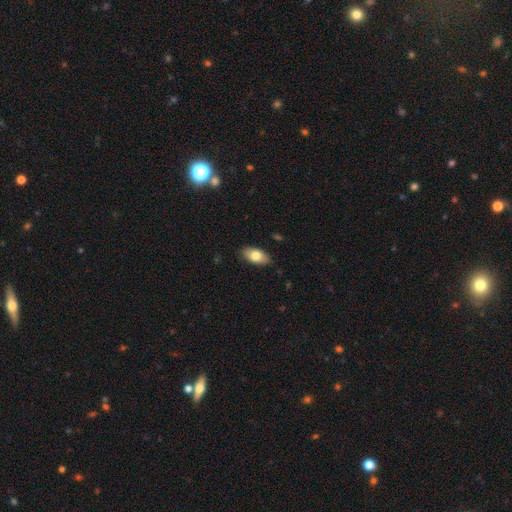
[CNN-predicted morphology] Smooth or featured? Predicted: smooth (p=0.78). How rounded? Predicted: in between (p=0.93). Merging? Predicted: none (p=0.86).